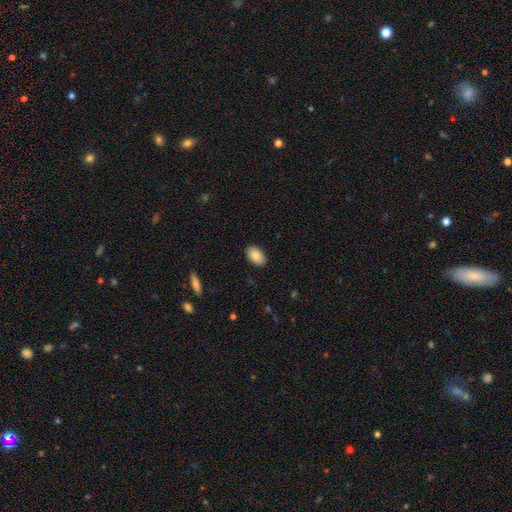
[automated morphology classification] smooth-or-featured: smooth: 87% | star or artifact: 7% | featured or disk: 6%
  how-rounded: in between: 93% | round: 6% | cigar-shaped: 1%
  merging: none: 89% | minor disturbance: 8% | major disturbance: 2% | merger: 1%